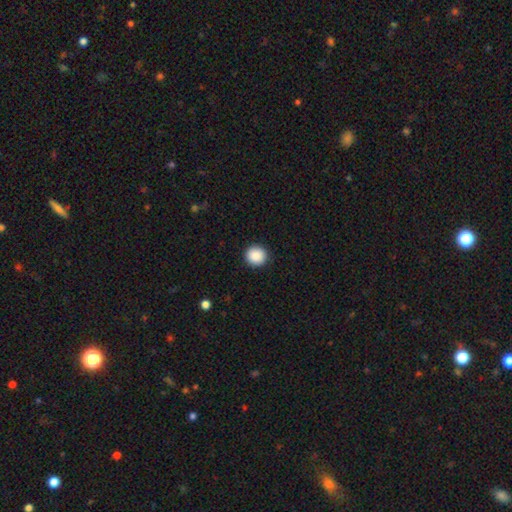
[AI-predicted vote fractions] A smooth galaxy with no disk features (89%) that is round (94%).

Vote fractions:
- Smooth or featured? smooth: 89% / star or artifact: 8% / featured or disk: 3%
- How rounded? round: 94% / in between: 5% / cigar-shaped: 1%
- Merging? none: 92% / minor disturbance: 5% / major disturbance: 2% / merger: 1%